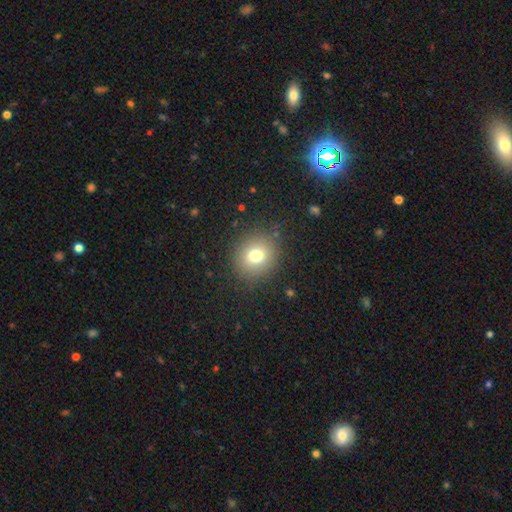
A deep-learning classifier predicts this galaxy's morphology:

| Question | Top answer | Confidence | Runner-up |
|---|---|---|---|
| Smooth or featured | smooth | 74% | star or artifact (15%) |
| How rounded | round | 82% | in between (17%) |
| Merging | none | 87% | minor disturbance (8%) |